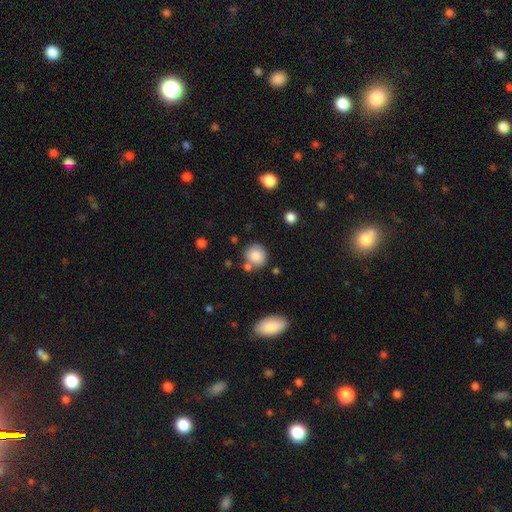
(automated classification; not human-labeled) A smooth galaxy with no disk features (83%) that is round (87%).

Vote fractions:
- Smooth or featured? smooth: 83% / star or artifact: 9% / featured or disk: 8%
- How rounded? round: 87% / in between: 12% / cigar-shaped: 1%
- Merging? none: 71% / merger: 14% / minor disturbance: 12% / major disturbance: 3%